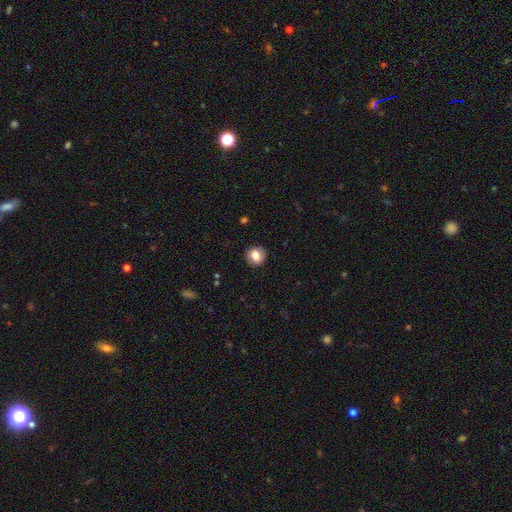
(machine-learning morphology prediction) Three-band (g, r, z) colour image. It shows a smooth galaxy with no disk features (80%) that is round (86%). Merging: none (91%).